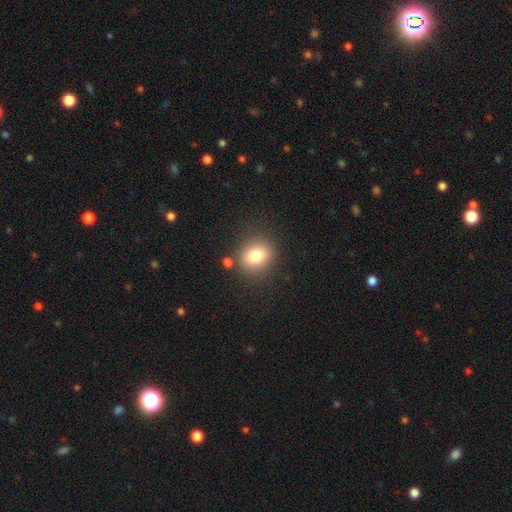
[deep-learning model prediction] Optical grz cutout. It shows a smooth galaxy with no disk features (81%) that is round (66%). Merging: none (79%).